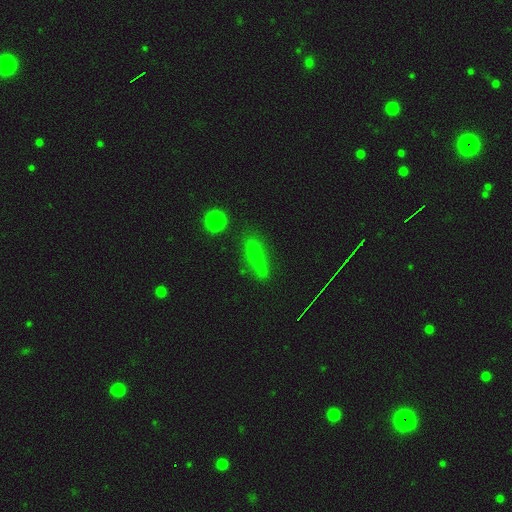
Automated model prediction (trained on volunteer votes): This appears to be a smooth galaxy with no disk features (63%) that is cigar-shaped (72%). Merging: none (67%).